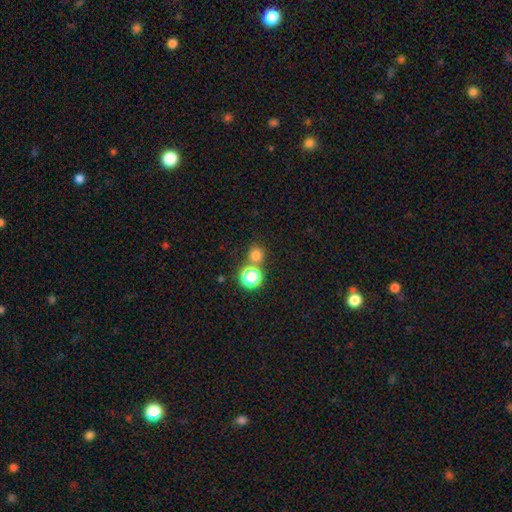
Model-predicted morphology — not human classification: The model was most divided on "merging": none: 69%, merger: 21%, minor disturbance: 7%, major disturbance: 3%. More confident: how rounded — round (90%); smooth or featured — smooth (73%).